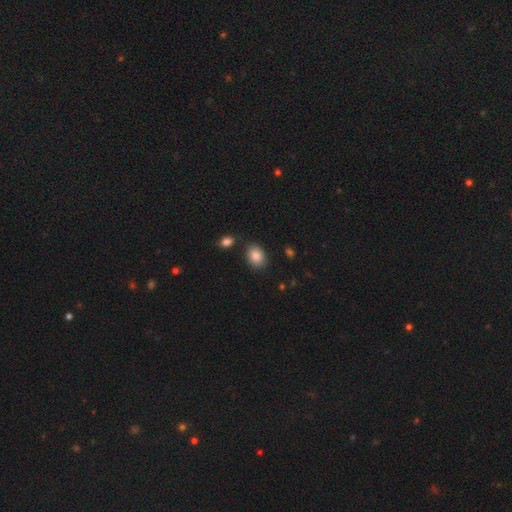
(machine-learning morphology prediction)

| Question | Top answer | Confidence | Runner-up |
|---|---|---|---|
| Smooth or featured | smooth | 85% | star or artifact (8%) |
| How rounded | in between | 74% | round (25%) |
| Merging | none | 82% | minor disturbance (11%) |